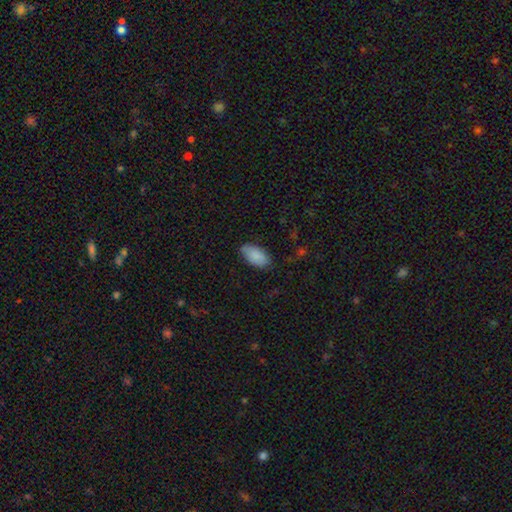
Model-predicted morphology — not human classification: Overall: smooth (87%). How rounded: in between (94%). Merging: none (74%).